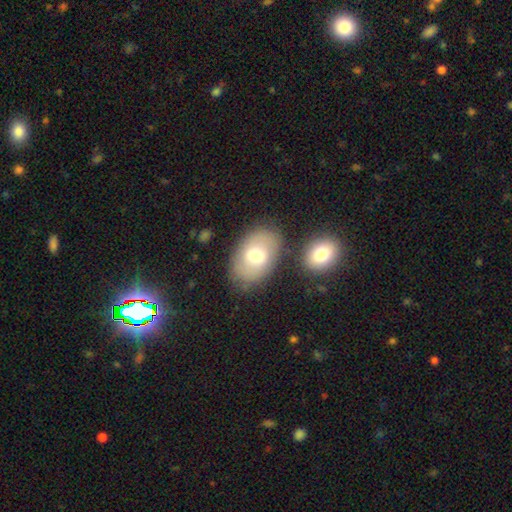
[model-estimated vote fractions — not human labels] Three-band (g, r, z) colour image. It shows a smooth galaxy with no disk features (70%) that is in between round and cigar-shaped (85%). Merging: none (72%).